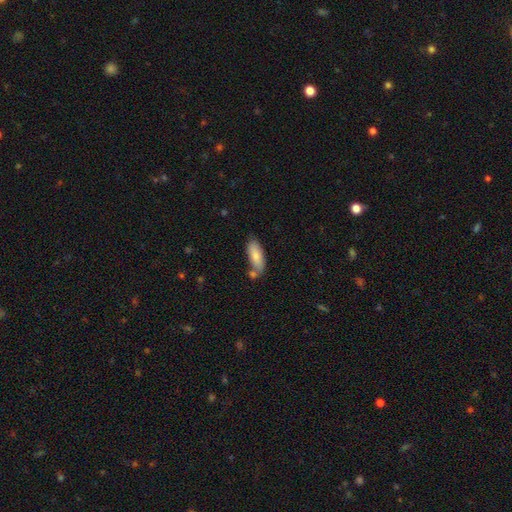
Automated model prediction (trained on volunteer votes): smooth 81%, featured or disk 13%, star or artifact 6%. Down the decision tree: how rounded — in between (72%); merging — none (60%).